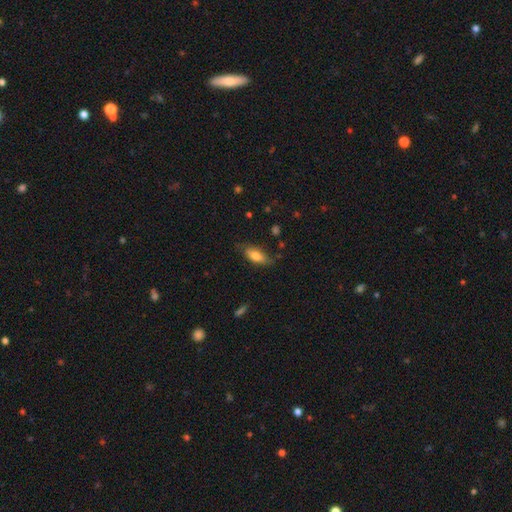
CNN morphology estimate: This appears to be a smooth galaxy with no disk features (74%) that is in between round and cigar-shaped (77%). Merging: none (72%).